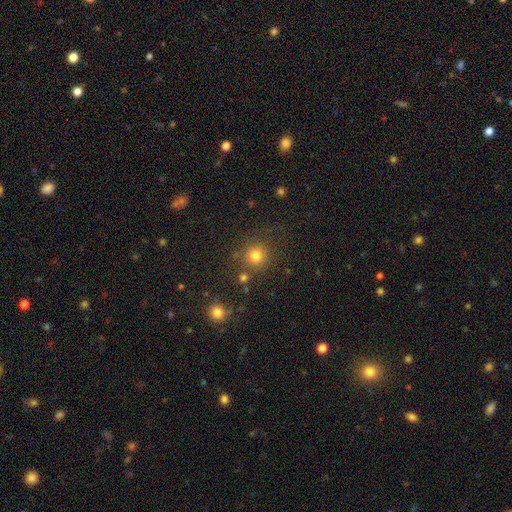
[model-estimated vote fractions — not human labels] Smooth or featured? Predicted: smooth (p=0.78). How rounded? Predicted: round (p=0.93). Merging? Predicted: none (p=0.80).